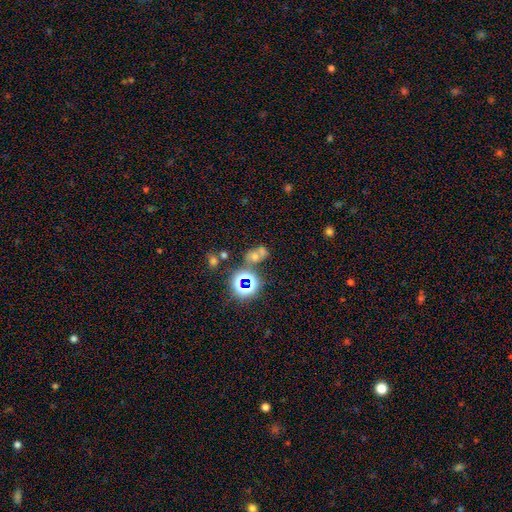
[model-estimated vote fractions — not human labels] smooth-or-featured: smooth: 47% | star or artifact: 36% | featured or disk: 17%
  merging: merger: 40% (tied) | none: 40% (tied) | minor disturbance: 12% | major disturbance: 8%